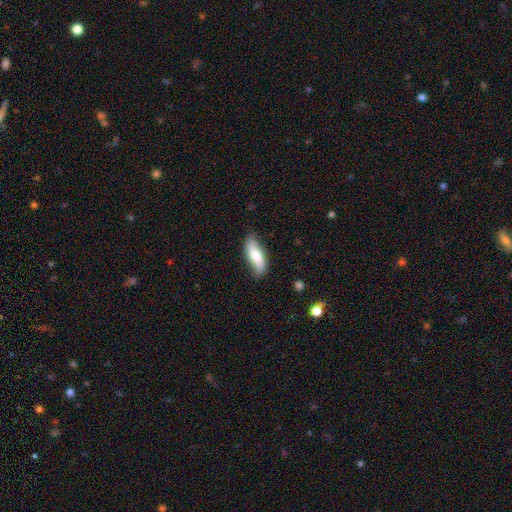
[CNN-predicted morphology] Smooth or featured? Predicted: smooth (p=0.55). How rounded? Predicted: in between (p=0.64). Merging? Predicted: none (p=0.75).